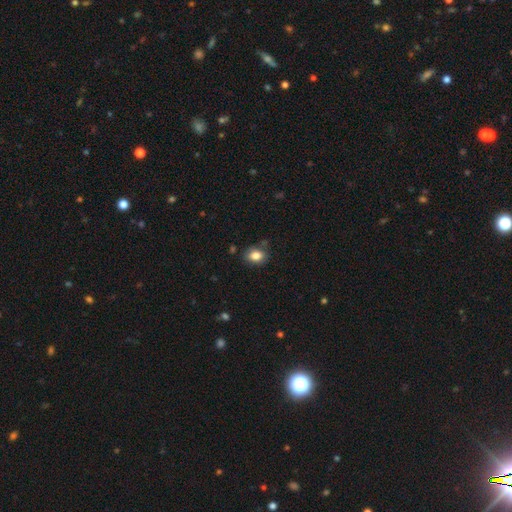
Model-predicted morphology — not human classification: smooth_or_featured: smooth (p=0.84) [alt: star or artifact p=0.09]
how_rounded: in between (p=0.67) [alt: round p=0.32]
merging: none (p=0.80) [alt: minor disturbance p=0.14]